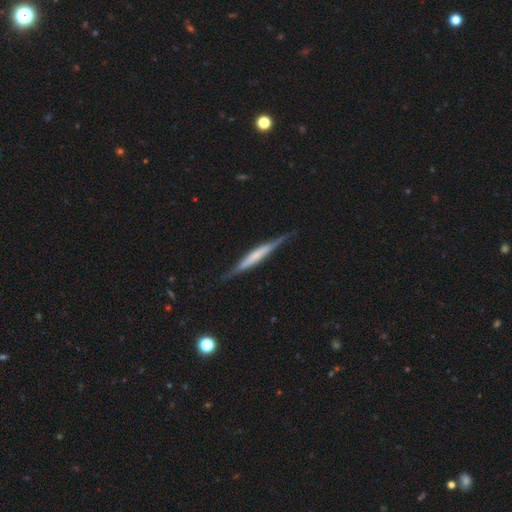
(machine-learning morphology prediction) smooth-or-featured: featured or disk: 62% | smooth: 33% | star or artifact: 5%
  disk-edge-on: yes: 96% | no: 4%
    edge-on-bulge: none: 49% | boxy: 28% | rounded: 23%
  merging: none: 81% | minor disturbance: 14% | major disturbance: 3% | merger: 2%